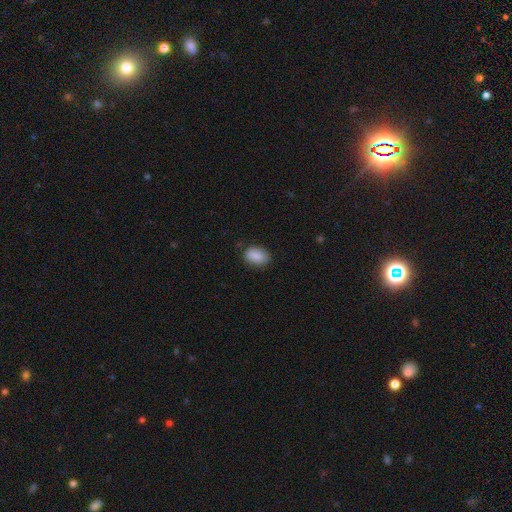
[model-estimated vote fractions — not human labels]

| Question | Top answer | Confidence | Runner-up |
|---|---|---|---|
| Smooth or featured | smooth | 88% | star or artifact (7%) |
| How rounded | in between | 83% | round (16%) |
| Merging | none | 80% | minor disturbance (16%) |